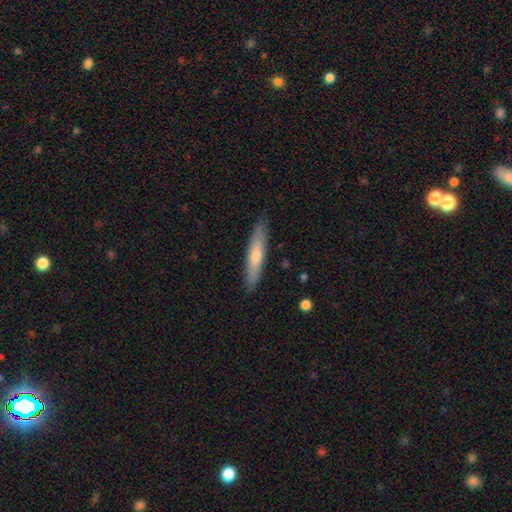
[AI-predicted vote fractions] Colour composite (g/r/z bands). It shows a smooth galaxy with no disk features (58%) that is cigar-shaped (88%). Merging: none (88%).